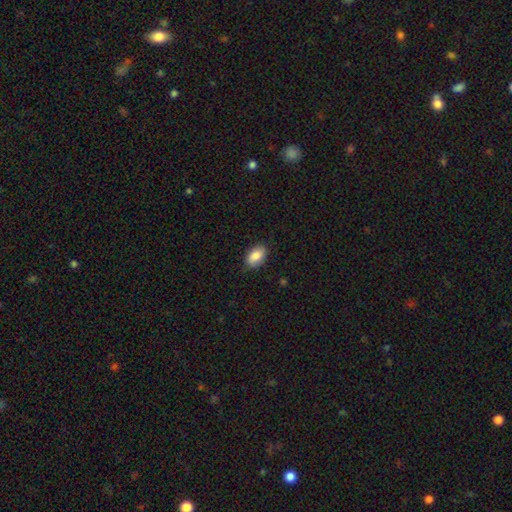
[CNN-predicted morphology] This is clearly a smooth galaxy (86%). How rounded: clearly in between (91%). Merging: clearly none (84%).